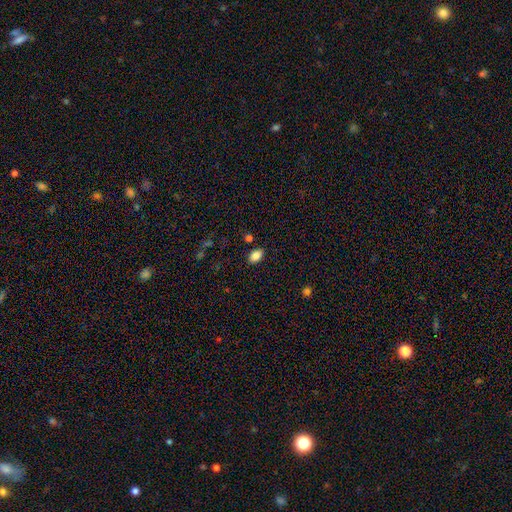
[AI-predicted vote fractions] smooth-or-featured: smooth: 86% | star or artifact: 9% | featured or disk: 4%
  how-rounded: in between: 87% | round: 12% | cigar-shaped: 1%
  merging: none: 86% | minor disturbance: 9% | merger: 3% | major disturbance: 2%